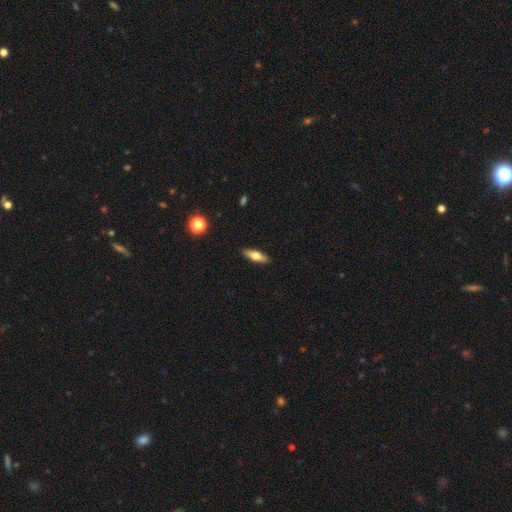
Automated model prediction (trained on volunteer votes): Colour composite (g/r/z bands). It shows a smooth galaxy with no disk features (60%) that is in between round and cigar-shaped (51%). Merging: none (89%).